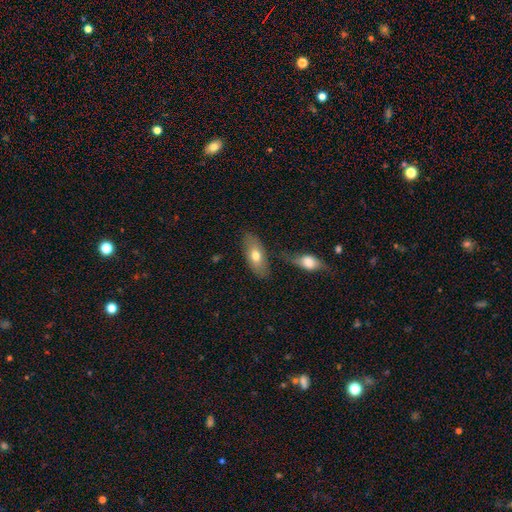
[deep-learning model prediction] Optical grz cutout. It shows a smooth galaxy with no disk features (68%) that is in between round and cigar-shaped (85%). Merging: none (71%).